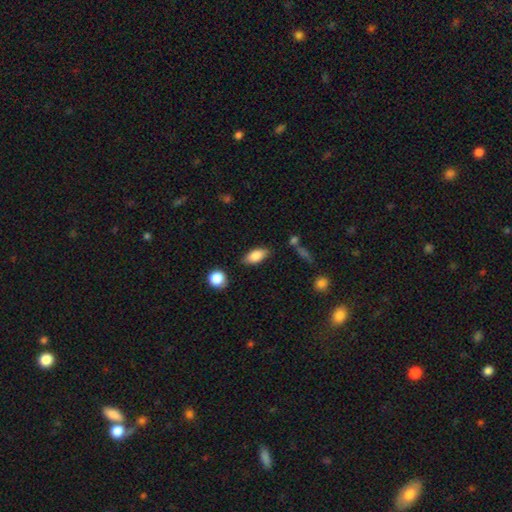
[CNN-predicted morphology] This appears to be a smooth galaxy with no disk features (82%) that is in between round and cigar-shaped (86%). Merging: none (81%).